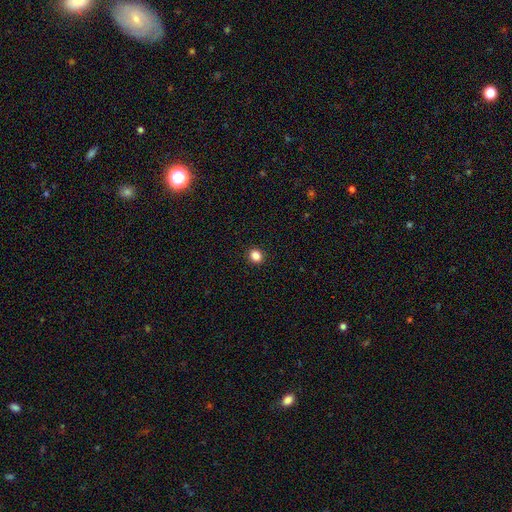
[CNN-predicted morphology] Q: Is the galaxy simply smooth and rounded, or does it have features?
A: smooth — 85%.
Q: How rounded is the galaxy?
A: round — 73%.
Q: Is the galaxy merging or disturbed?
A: none — 92%.